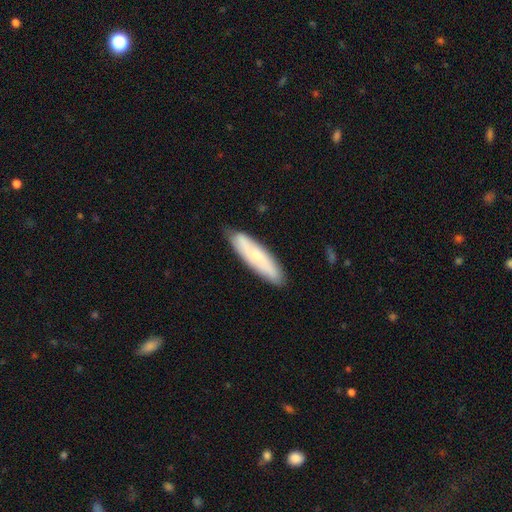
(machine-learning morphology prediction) Q: Smooth or featured?
A: smooth (53%); runner-up: featured or disk (41%)
Q: How rounded?
A: cigar-shaped (72%); runner-up: in between (26%)
Q: Merging?
A: none (85%); runner-up: minor disturbance (12%)